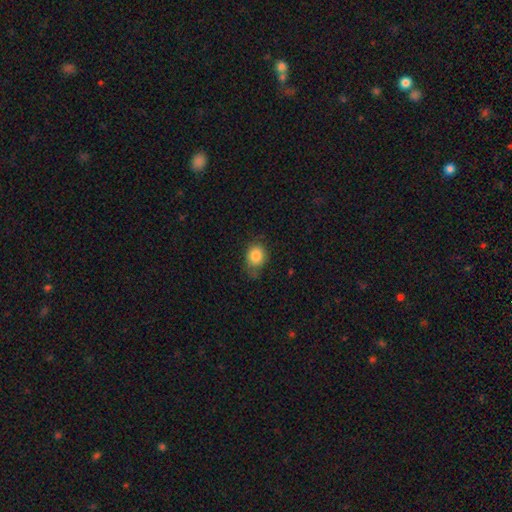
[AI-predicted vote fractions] Morphology: type=smooth (84%); roundness=round (56%); merging=none (62%).